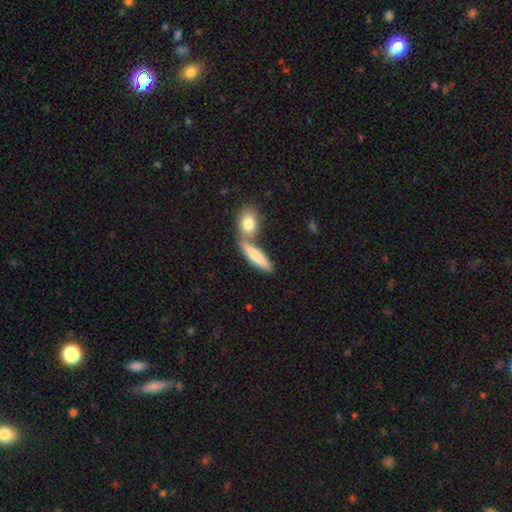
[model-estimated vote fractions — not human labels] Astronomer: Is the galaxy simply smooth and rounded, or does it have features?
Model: smooth — 76%.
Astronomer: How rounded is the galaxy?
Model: cigar-shaped — 61%.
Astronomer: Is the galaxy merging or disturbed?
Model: none — 51% (runner-up: merger, 35%).